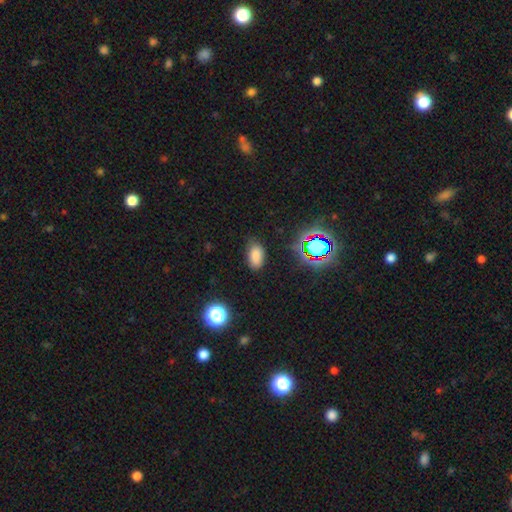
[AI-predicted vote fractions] smooth_or_featured: smooth (p=0.77) [alt: star or artifact p=0.17]
how_rounded: in between (p=0.92) [alt: round p=0.06]
merging: none (p=0.79) [alt: minor disturbance p=0.16]